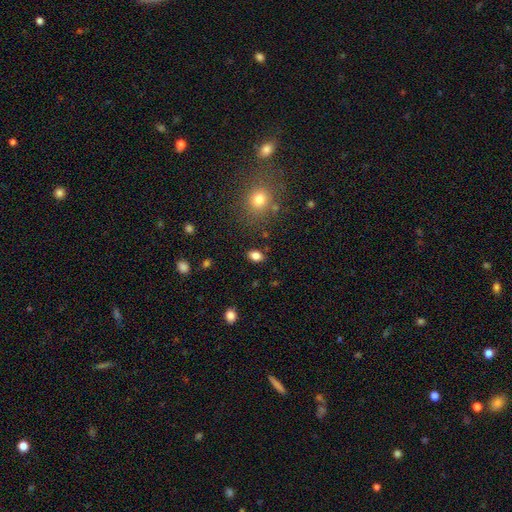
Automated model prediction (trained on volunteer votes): A smooth galaxy with no disk features (83%) that is in between round and cigar-shaped (78%). Merging: none (85%).